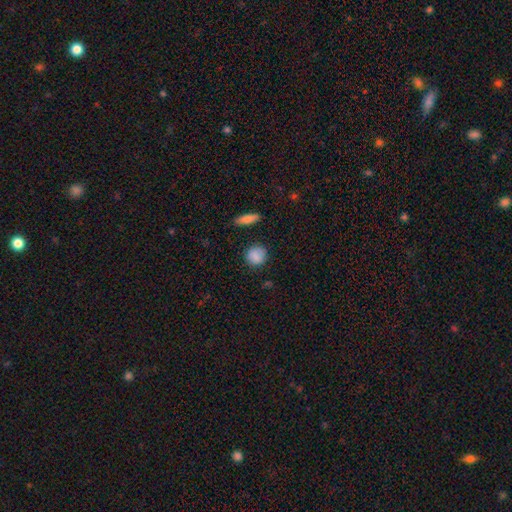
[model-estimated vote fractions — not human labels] This is clearly a smooth galaxy (87%). How rounded: clearly round (85%). Merging: clearly none (83%).